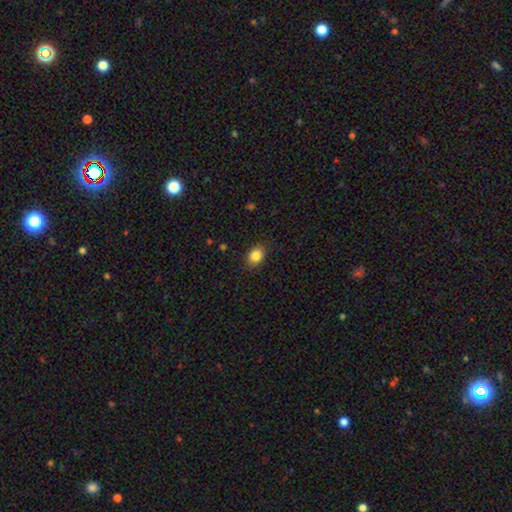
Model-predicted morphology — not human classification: Smooth or featured: smooth — 85% (star or artifact — 10%)
How rounded: in between — 57% (round — 42%)
Merging: none — 85% (minor disturbance — 11%)